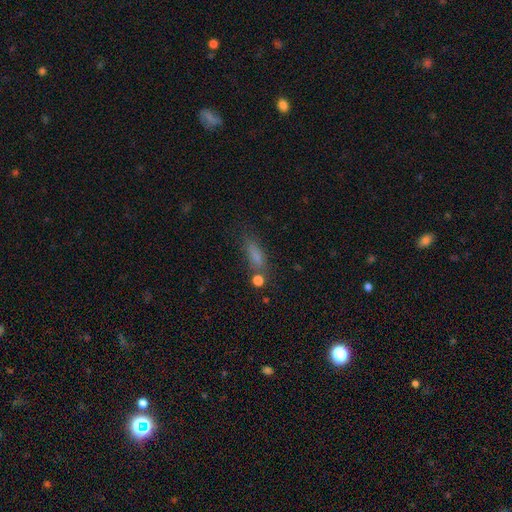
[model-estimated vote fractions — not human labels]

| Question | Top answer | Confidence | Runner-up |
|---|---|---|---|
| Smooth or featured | smooth | 71% | star or artifact (16%) |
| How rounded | cigar-shaped | 49% | in between (45%) |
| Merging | none | 60% | minor disturbance (20%) |